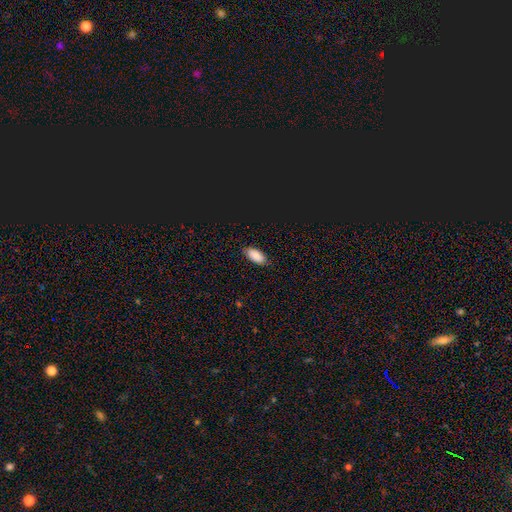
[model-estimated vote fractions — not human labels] Morphology: type=smooth (86%); roundness=in between (91%); merging=none (82%).